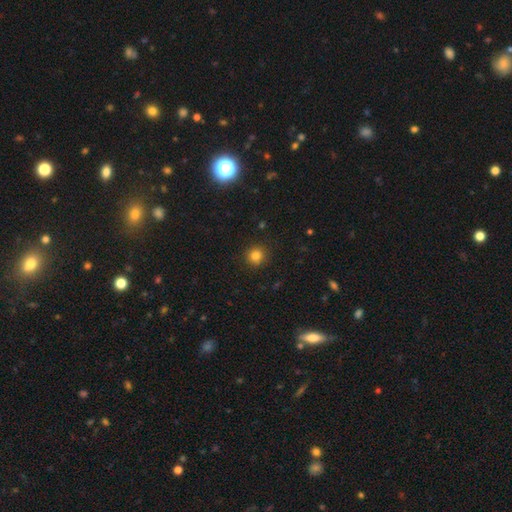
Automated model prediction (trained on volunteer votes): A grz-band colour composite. It shows a smooth galaxy with no disk features (82%) that is round (91%). Merging: none (91%).